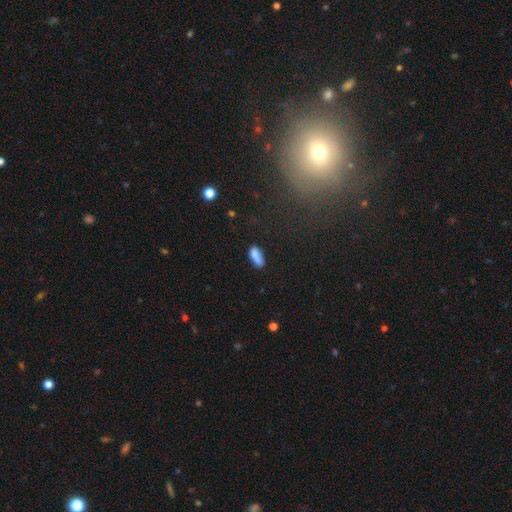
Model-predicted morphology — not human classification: Overall: smooth (82%). How rounded: in between (74%). Merging: none (61%; minor disturbance 22%).